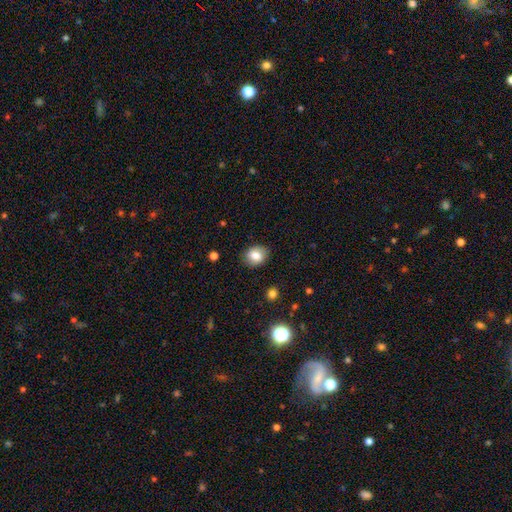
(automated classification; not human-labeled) Smooth or featured: smooth — 78% (featured or disk — 13%)
How rounded: in between — 53% (round — 46%)
Merging: none — 84% (minor disturbance — 12%)